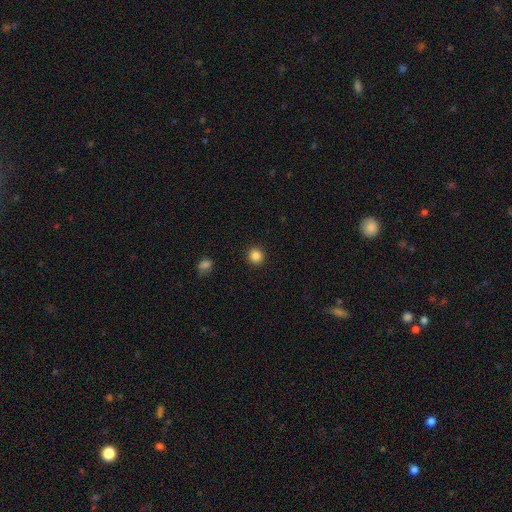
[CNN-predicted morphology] This appears to be a smooth galaxy with no disk features (86%) that is round (92%). Merging: none (92%).